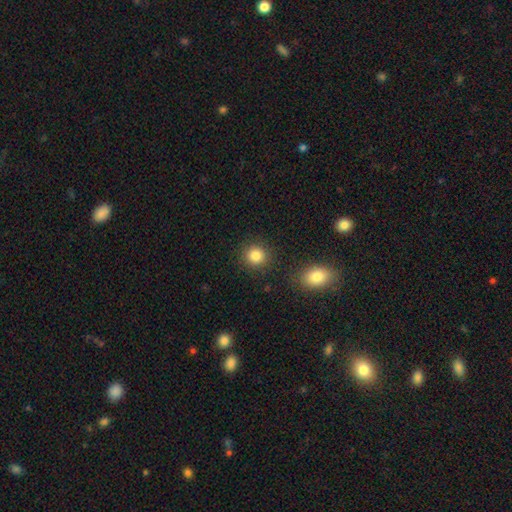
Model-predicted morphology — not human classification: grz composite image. It shows a smooth galaxy with no disk features (86%) that is round (87%). Merging: none (87%).